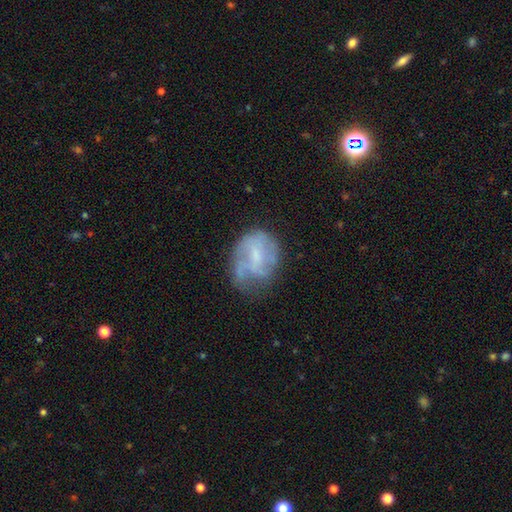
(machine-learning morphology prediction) This is possibly a featured or disk galaxy (57%). It is clearly not viewed edge-on (97%). Bar: possibly no (53%). Spiral arm pattern: possibly yes (58%). Central bulge: marginally small (43%). Merging: marginally none (44%).